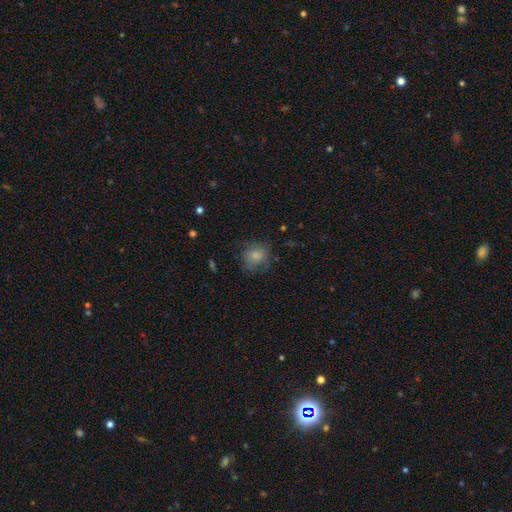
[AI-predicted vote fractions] Smooth or featured: smooth — 79% (featured or disk — 11%)
How rounded: round — 75% (in between — 24%)
Merging: none — 71% (minor disturbance — 20%)